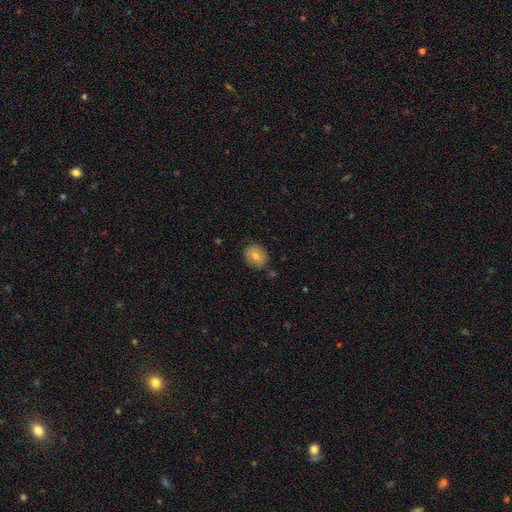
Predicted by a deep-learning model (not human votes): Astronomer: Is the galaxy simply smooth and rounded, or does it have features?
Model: smooth — 75%.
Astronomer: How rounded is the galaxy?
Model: round — 68%.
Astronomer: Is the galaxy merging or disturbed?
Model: none — 82%.